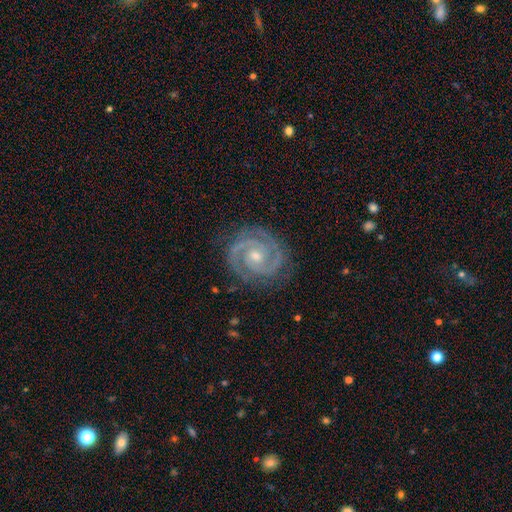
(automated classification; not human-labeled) smooth-or-featured: featured or disk: 93% | star or artifact: 4% | smooth: 3%
  disk-edge-on: no: 98% | yes: 2%
    bar: no: 63% | weak: 27% | strong: 10%
    has-spiral-arms: yes: 99% | no: 1%
      spiral-winding: tight: 75% | medium: 23% | loose: 2%
      spiral-arm-count: 2: 86% | 3: 7% | can't tell: 2% | 4: 1% | 1: 1% | more than 4: 1%
    bulge-size: moderate: 52% | small: 45% | large: 2% | none: 1% | dominant: 1%
  merging: none: 84% | minor disturbance: 12% | major disturbance: 3% | merger: 1%